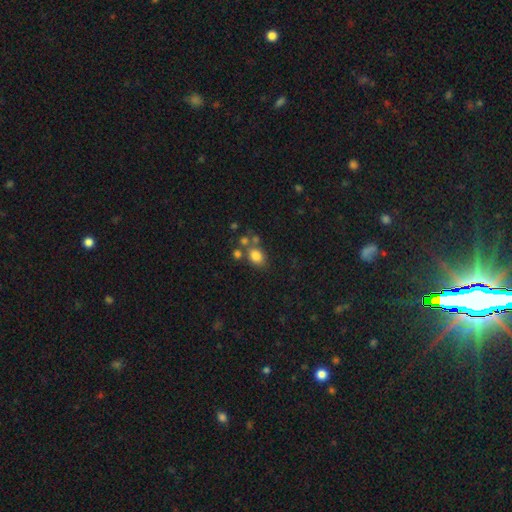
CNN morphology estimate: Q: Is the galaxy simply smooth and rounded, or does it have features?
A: smooth — 79%.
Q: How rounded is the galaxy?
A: in between — 50%.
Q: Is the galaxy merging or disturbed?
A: none — 57%.